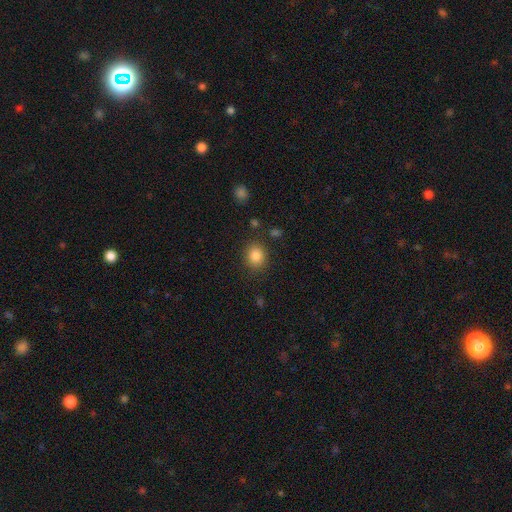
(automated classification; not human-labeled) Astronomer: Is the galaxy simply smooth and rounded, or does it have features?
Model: smooth — 85%.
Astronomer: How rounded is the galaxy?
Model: round — 66%.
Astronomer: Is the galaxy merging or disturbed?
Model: none — 85%.